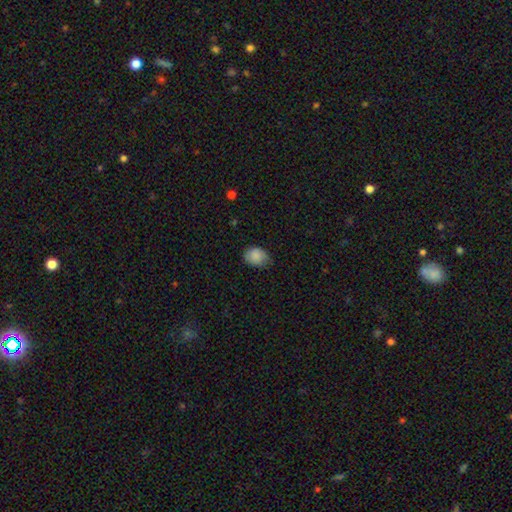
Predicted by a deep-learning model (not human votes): smooth 86%, star or artifact 8%, featured or disk 6%. Down the decision tree: how rounded — in between (57%); merging — none (66%).